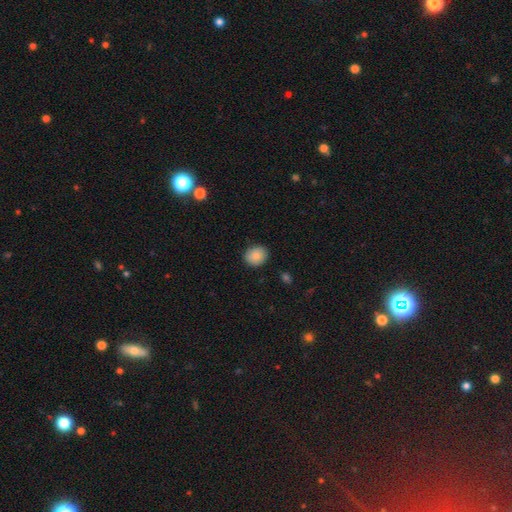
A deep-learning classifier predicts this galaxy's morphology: smooth-or-featured: smooth: 87% | star or artifact: 8% | featured or disk: 6%
  how-rounded: round: 58% | in between: 41% | cigar-shaped: 1%
  merging: none: 87% | minor disturbance: 10% | major disturbance: 2% | merger: 1%